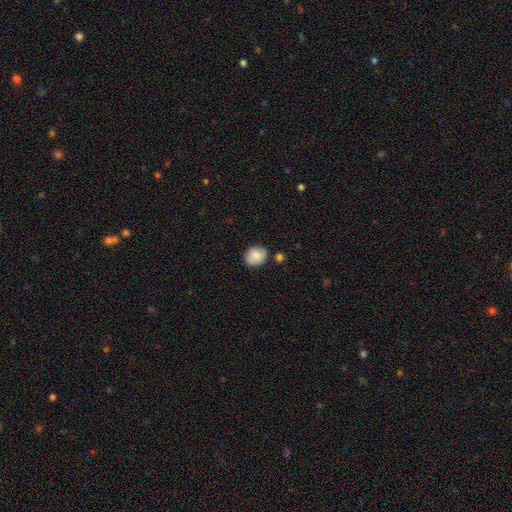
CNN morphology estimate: smooth_or_featured: smooth (p=0.82) [alt: featured or disk p=0.10]
how_rounded: round (p=0.64) [alt: in between p=0.35]
merging: none (p=0.72) [alt: minor disturbance p=0.19]